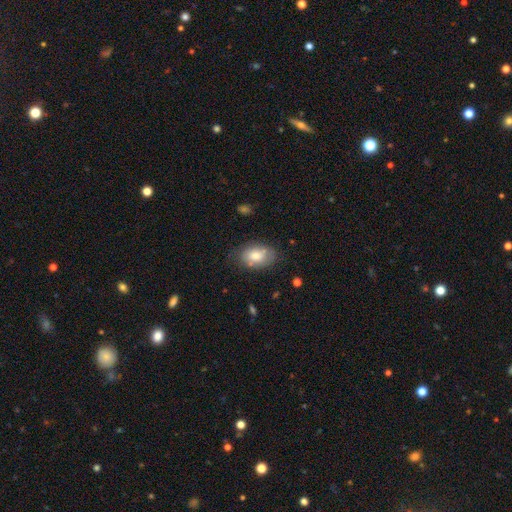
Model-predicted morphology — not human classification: smooth-or-featured: smooth: 74% | featured or disk: 18% | star or artifact: 8%
  how-rounded: in between: 88% | round: 10% | cigar-shaped: 1%
  merging: none: 70% | minor disturbance: 22% | major disturbance: 5% | merger: 2%